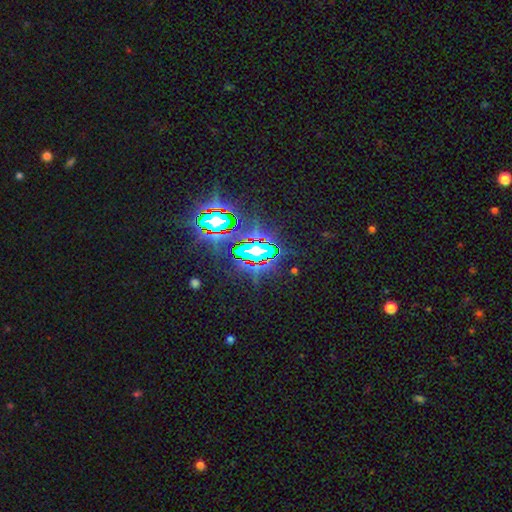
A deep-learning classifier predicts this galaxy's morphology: Overall: star or artifact (83%).